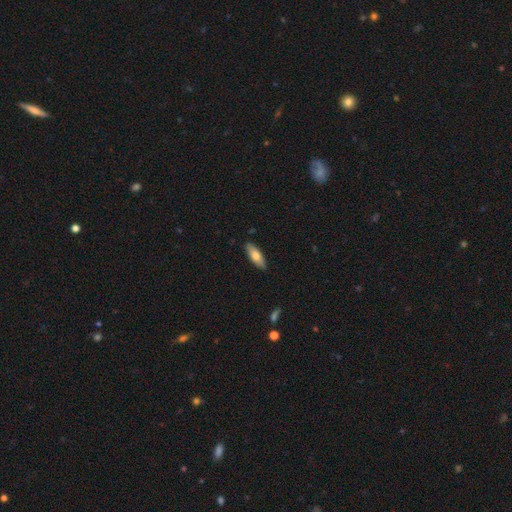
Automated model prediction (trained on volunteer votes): This appears to be a smooth galaxy with no disk features (73%) that is in between round and cigar-shaped (65%). Merging: none (87%).